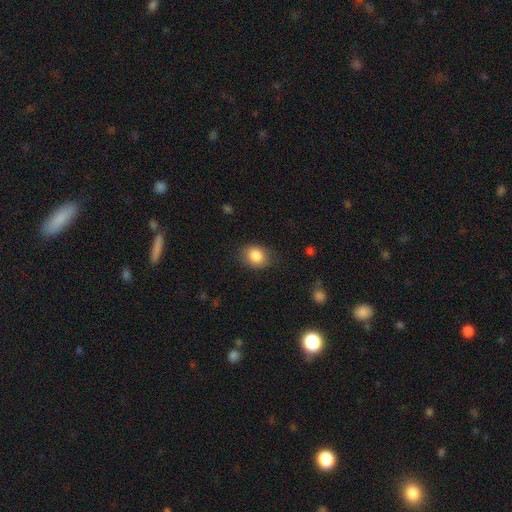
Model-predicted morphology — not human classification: Smooth or featured: smooth — 86% (star or artifact — 8%)
How rounded: in between — 58% (round — 41%)
Merging: none — 79% (minor disturbance — 15%)